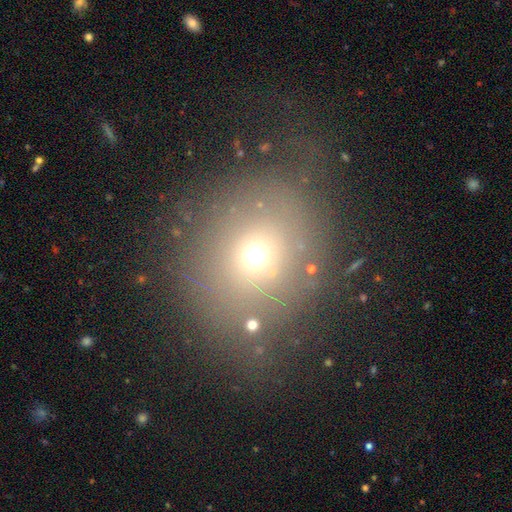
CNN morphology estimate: This appears to be a smooth galaxy with no disk features (63%) that is round (77%). Merging: none (63%).